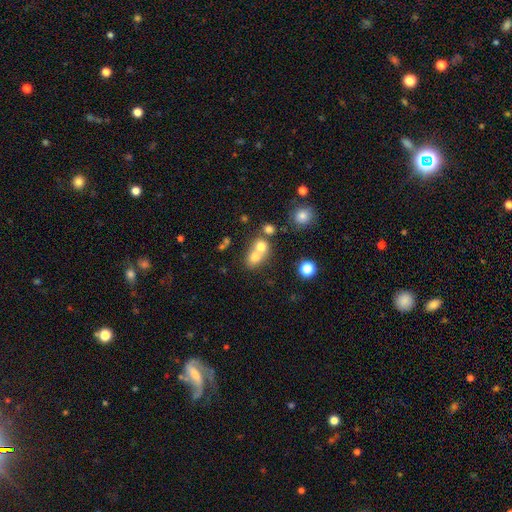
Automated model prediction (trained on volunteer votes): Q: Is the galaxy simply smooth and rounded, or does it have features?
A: smooth — 70%.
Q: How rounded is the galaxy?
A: round — 63%.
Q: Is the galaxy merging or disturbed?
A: merger — 63%.